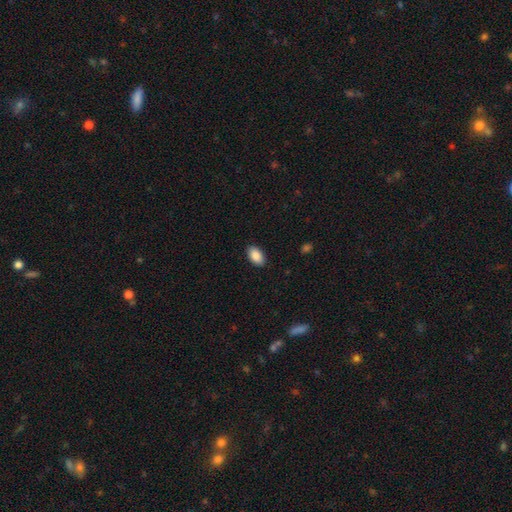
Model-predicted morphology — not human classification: Smooth or featured: smooth — 89% (star or artifact — 7%)
How rounded: in between — 94% (round — 5%)
Merging: none — 89% (minor disturbance — 8%)